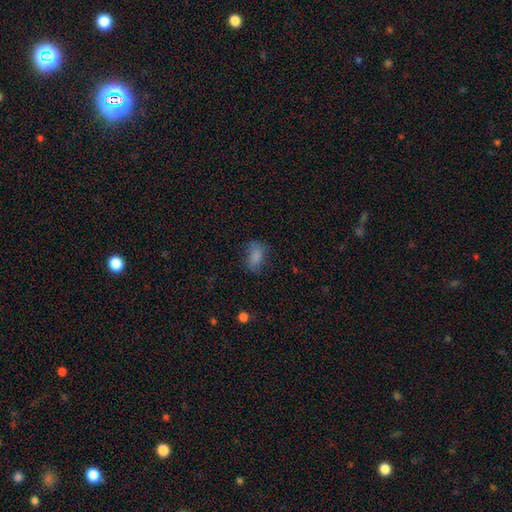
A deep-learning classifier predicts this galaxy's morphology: Smooth or featured? Predicted: smooth (p=0.80). How rounded? Predicted: in between (p=0.86). Merging? Predicted: none (p=0.66).